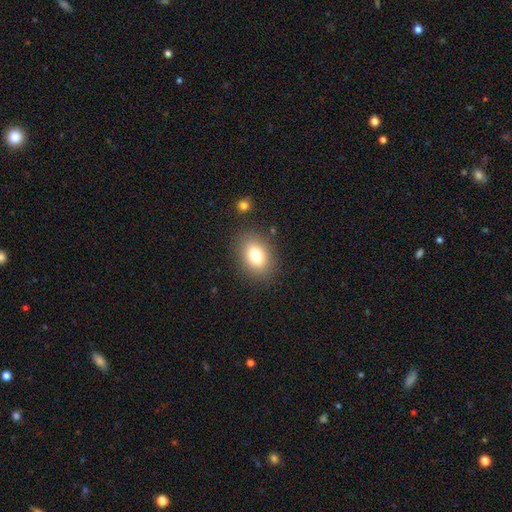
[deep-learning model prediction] Smooth or featured?
  - smooth: 77% *
  - featured or disk: 12%
  - star or artifact: 11%
How rounded?
  - in between: 70% *
  - round: 29%
  - cigar-shaped: 1%
Merging?
  - none: 85% *
  - minor disturbance: 10%
  - major disturbance: 4%
  - merger: 2%